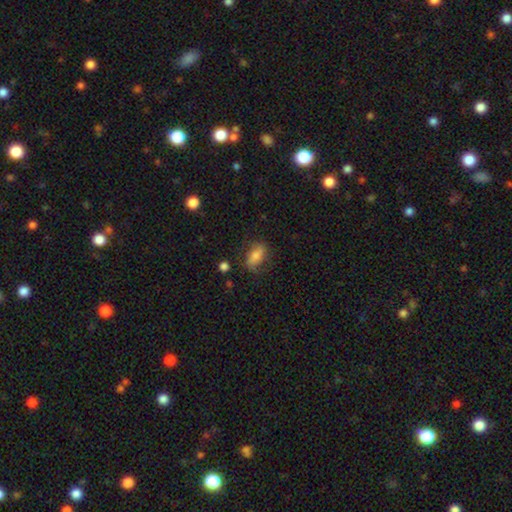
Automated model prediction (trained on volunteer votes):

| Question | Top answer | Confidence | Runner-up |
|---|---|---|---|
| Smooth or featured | smooth | 67% | featured or disk (25%) |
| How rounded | in between | 82% | round (9%) |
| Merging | none | 70% | minor disturbance (20%) |